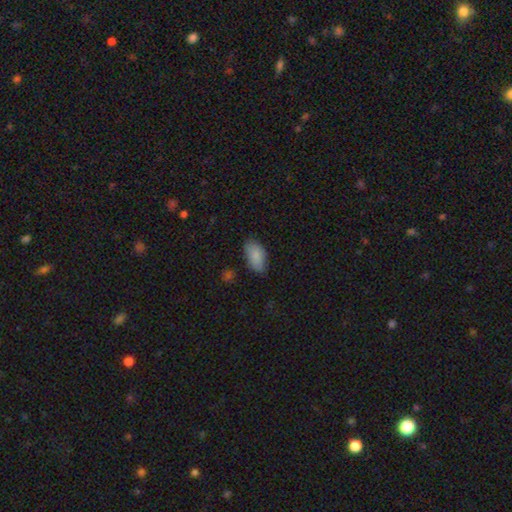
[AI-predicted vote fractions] Smooth or featured? smooth (87%)
How rounded? in between (94%)
Merging? none (77%)